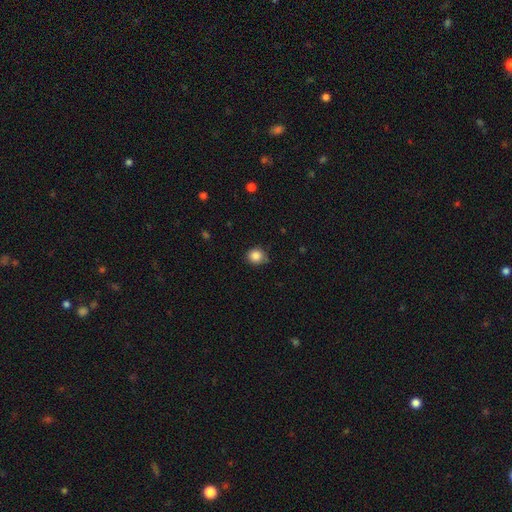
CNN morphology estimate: type=smooth (85%); roundness=round (85%); merging=none (76%).